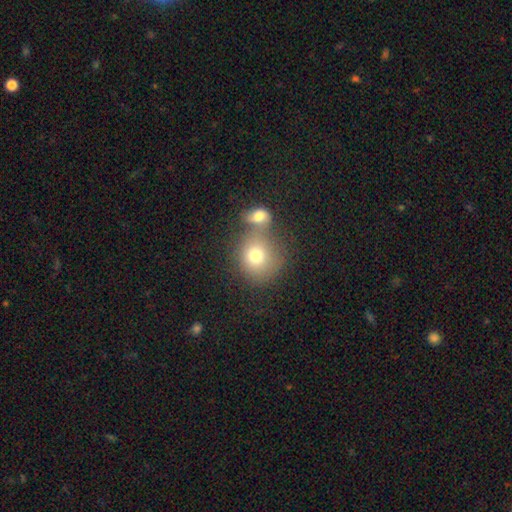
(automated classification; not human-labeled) Smooth or featured? Predicted: smooth (p=0.74). How rounded? Predicted: round (p=0.83). Merging? Predicted: none (p=0.42).